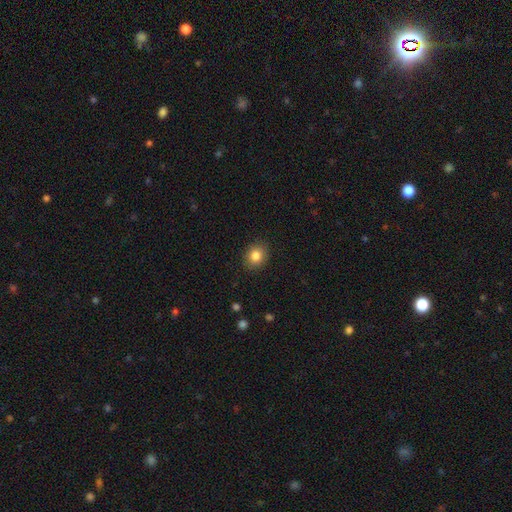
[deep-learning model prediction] Morphology: type=smooth (84%); roundness=round (67%); merging=none (89%).